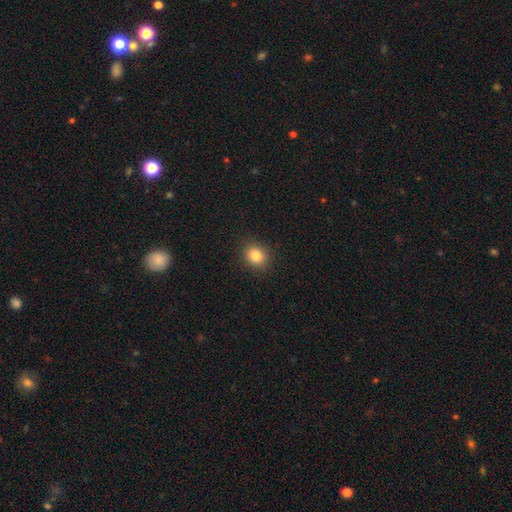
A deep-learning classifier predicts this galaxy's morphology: Smooth or featured: smooth — 83% (star or artifact — 11%)
How rounded: round — 72% (in between — 27%)
Merging: none — 90% (minor disturbance — 7%)